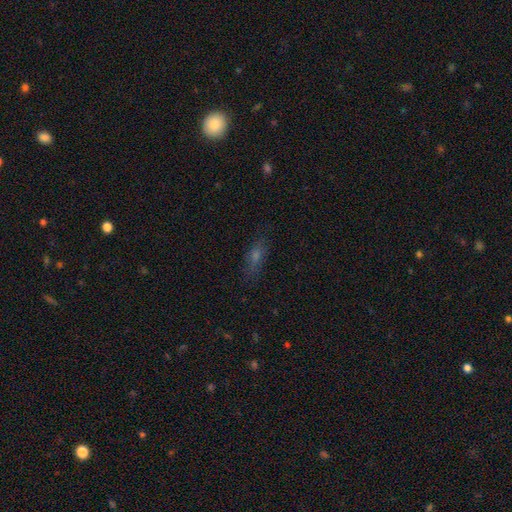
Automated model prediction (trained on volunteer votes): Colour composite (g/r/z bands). It shows a smooth galaxy with no disk features (47%). Merging: none (82%).